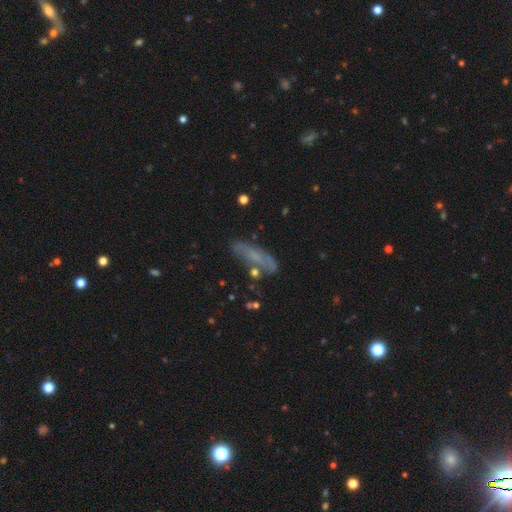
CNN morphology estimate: A smooth galaxy with no disk features (46%).

Vote fractions:
- Smooth or featured? smooth: 46% / featured or disk: 41% / star or artifact: 13%
- Merging? none: 63% / minor disturbance: 21% / major disturbance: 9% / merger: 7%